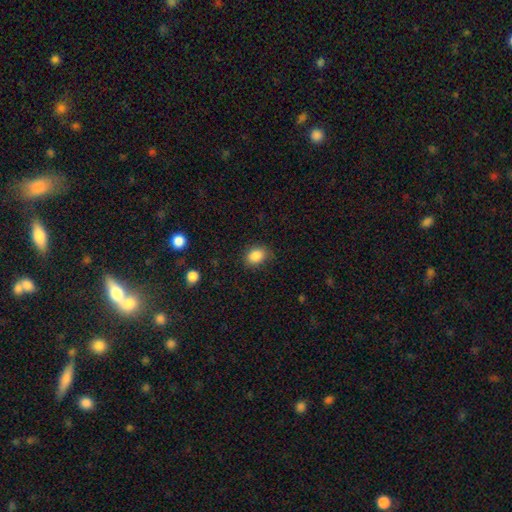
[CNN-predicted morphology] This appears to be a smooth galaxy with no disk features (87%) that is in between round and cigar-shaped (64%). Merging: none (80%).